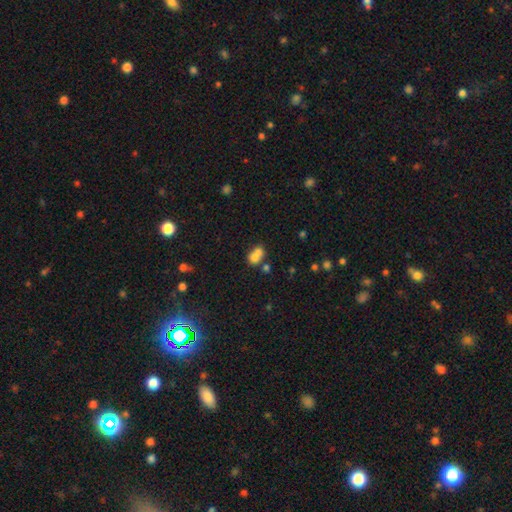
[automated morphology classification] smooth 70%, featured or disk 18%, star or artifact 12%. Down the decision tree: how rounded — round (59%); merging — merger (65%).